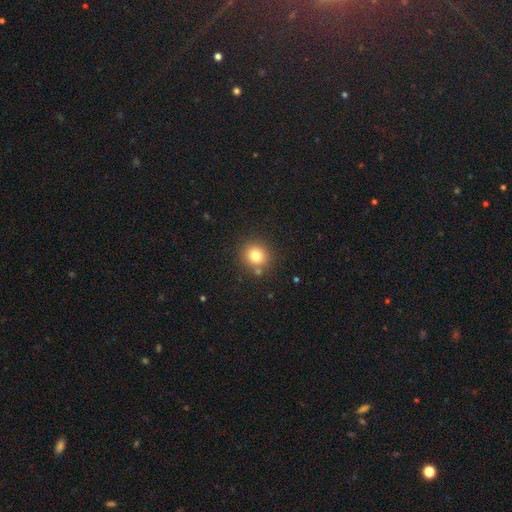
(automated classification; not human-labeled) A smooth galaxy with no disk features (78%) that is round (87%). Merging: none (82%).